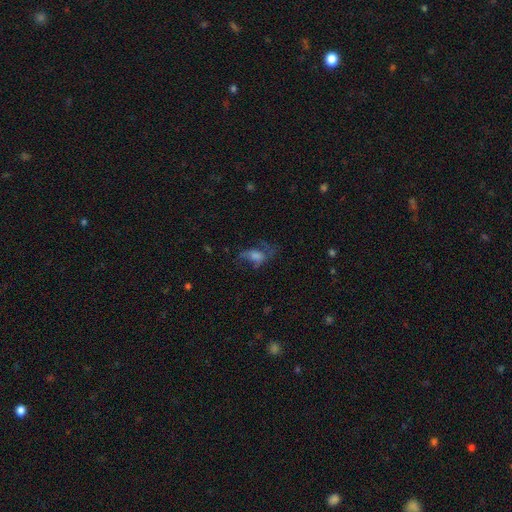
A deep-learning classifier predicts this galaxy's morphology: type=featured or disk (42%); merging=major disturbance (41%).